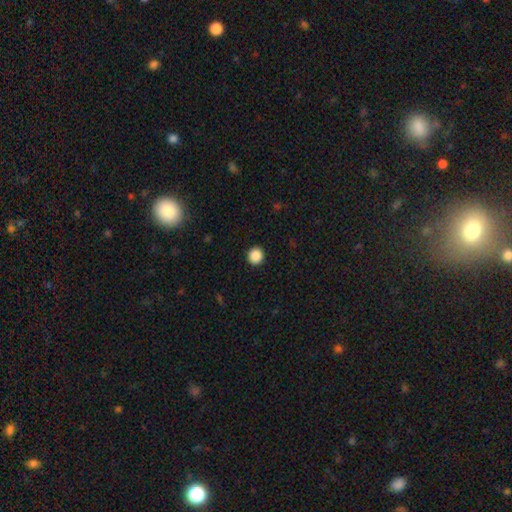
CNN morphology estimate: This appears to be a smooth galaxy with no disk features (88%) that is round (95%). Merging: none (93%).